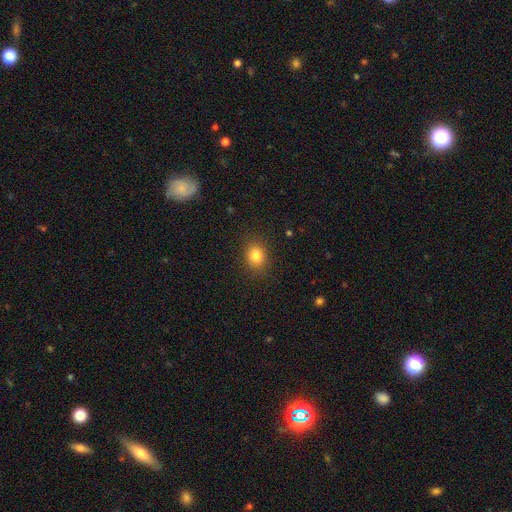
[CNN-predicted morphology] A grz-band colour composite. It shows a smooth galaxy with no disk features (83%) that is round (57%). Merging: none (87%).